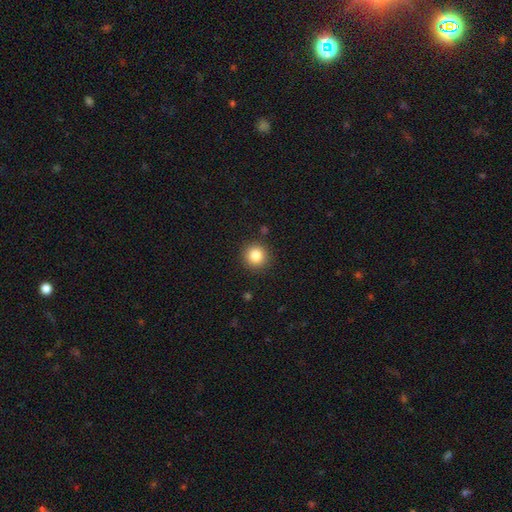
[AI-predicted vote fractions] Smooth or featured? smooth (84%)
How rounded? round (94%)
Merging? none (90%)